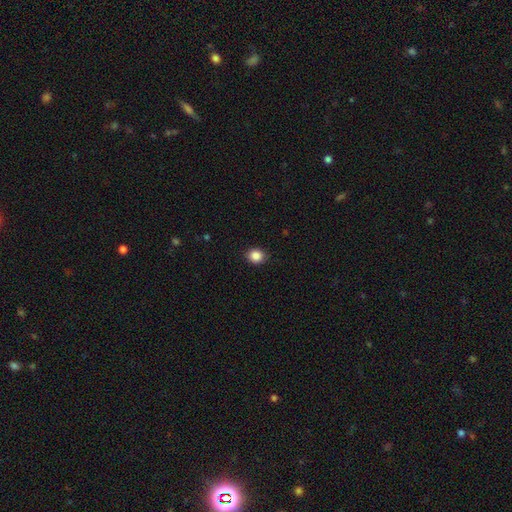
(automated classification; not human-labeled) Q: Smooth or featured?
A: smooth (87%); runner-up: star or artifact (10%)
Q: How rounded?
A: round (74%); runner-up: in between (26%)
Q: Merging?
A: none (90%); runner-up: minor disturbance (7%)